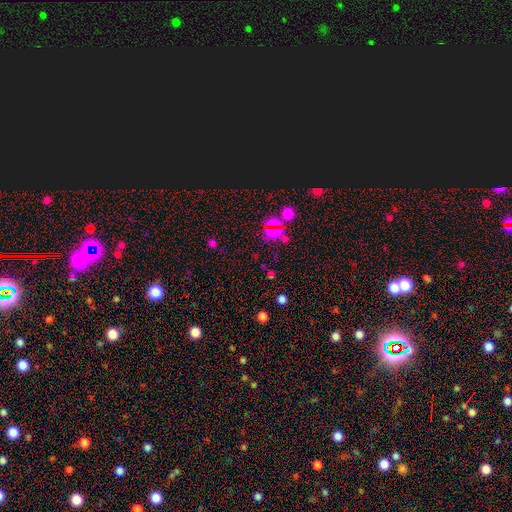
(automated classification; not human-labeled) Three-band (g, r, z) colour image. It shows a star or artifact, not a galaxy (59%).